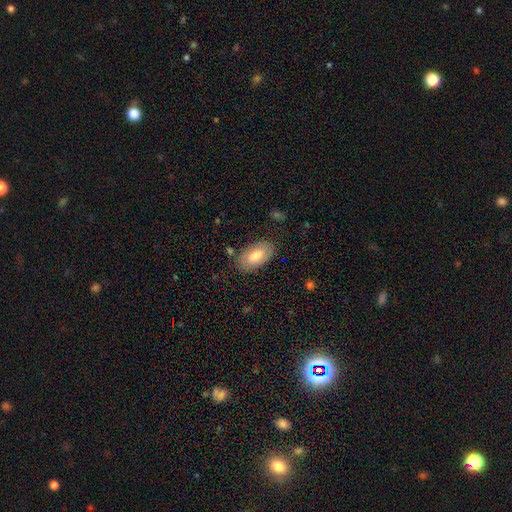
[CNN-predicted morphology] Smooth or featured? smooth (77%)
How rounded? in between (94%)
Merging? none (82%)